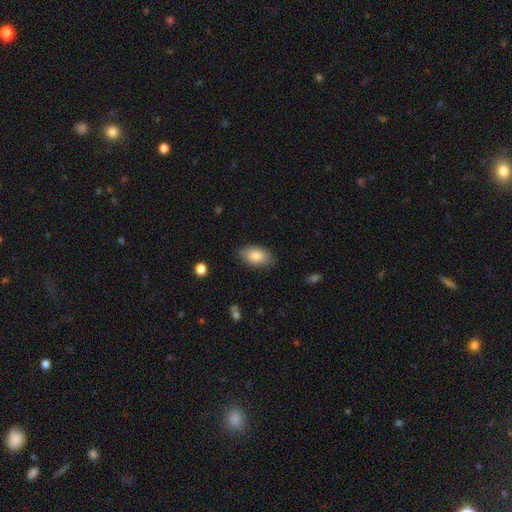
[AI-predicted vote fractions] A smooth galaxy with no disk features (84%) that is in between round and cigar-shaped (92%).

Vote fractions:
- Smooth or featured? smooth: 84% / featured or disk: 9% / star or artifact: 7%
- How rounded? in between: 92% / round: 6% / cigar-shaped: 2%
- Merging? none: 84% / minor disturbance: 12% / major disturbance: 3% / merger: 1%